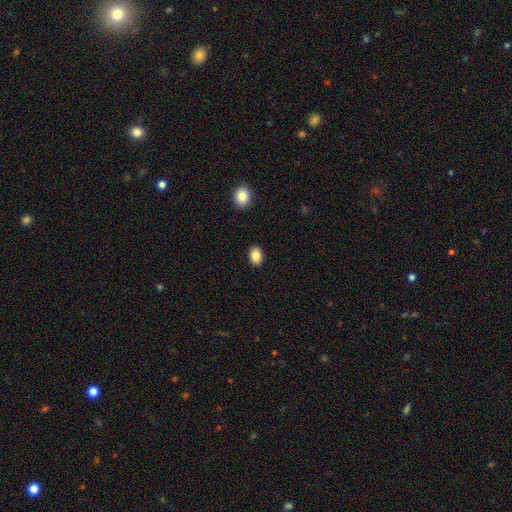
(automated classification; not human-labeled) This appears to be a smooth galaxy with no disk features (86%) that is in between round and cigar-shaped (79%). Merging: none (90%).